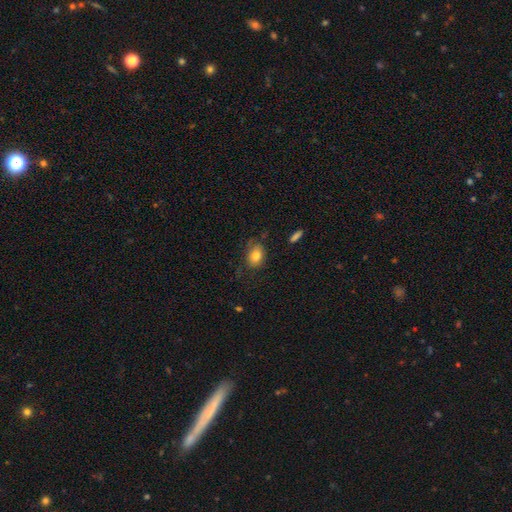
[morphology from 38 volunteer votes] Q: Smooth or featured?
A: smooth (89%); runner-up: star or artifact (8%)
Q: How rounded?
A: in between (71%); runner-up: round (29%)
Q: Merging?
A: none (74%); runner-up: minor disturbance (23%)